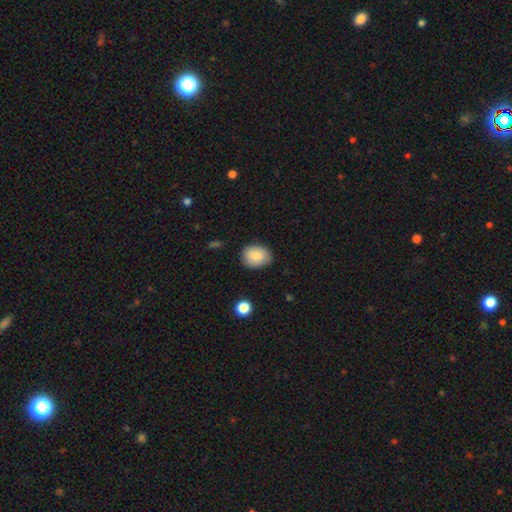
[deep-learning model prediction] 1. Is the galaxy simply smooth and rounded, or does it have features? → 85% smooth, 8% featured or disk, 7% star or artifact.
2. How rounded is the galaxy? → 55% in between, 44% round, 1% cigar-shaped.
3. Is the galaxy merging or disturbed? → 78% none, 17% minor disturbance, 3% major disturbance, 1% merger.